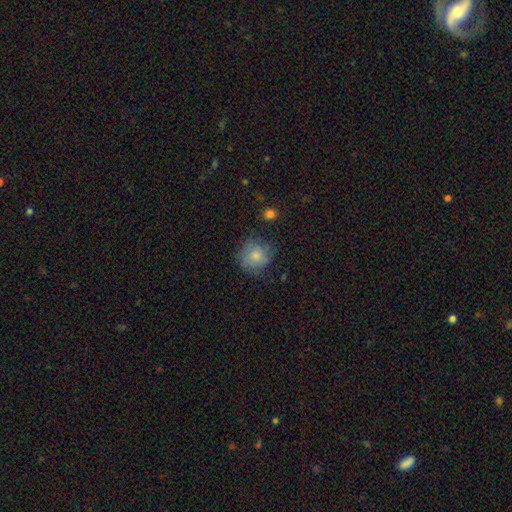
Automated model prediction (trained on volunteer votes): A smooth galaxy with no disk features (72%) that is round (86%).

Vote fractions:
- Smooth or featured? smooth: 72% / featured or disk: 19% / star or artifact: 9%
- How rounded? round: 86% / in between: 13% / cigar-shaped: 1%
- Merging? none: 67% / minor disturbance: 22% / major disturbance: 8% / merger: 2%